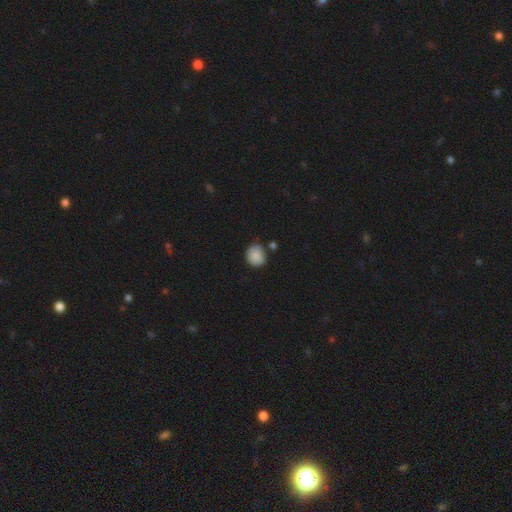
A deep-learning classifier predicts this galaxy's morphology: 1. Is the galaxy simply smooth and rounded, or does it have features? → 87% smooth, 8% star or artifact, 5% featured or disk.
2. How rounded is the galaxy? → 66% round, 33% in between, 1% cigar-shaped.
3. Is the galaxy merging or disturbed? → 68% none, 21% minor disturbance, 7% merger, 4% major disturbance.